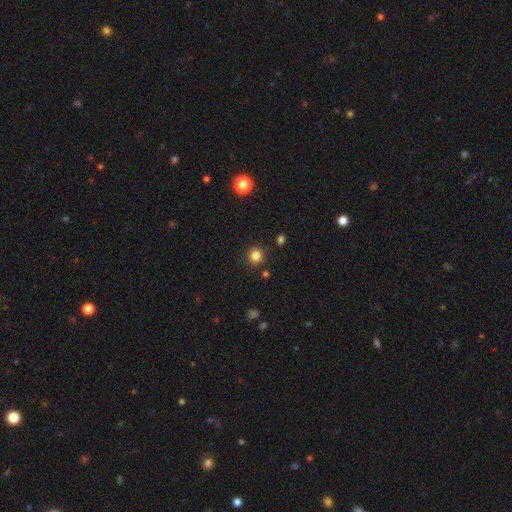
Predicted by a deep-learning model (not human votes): A smooth galaxy with no disk features (83%) that is round (95%).

Vote fractions:
- Smooth or featured? smooth: 83% / star or artifact: 13% / featured or disk: 4%
- How rounded? round: 95% / in between: 4% / cigar-shaped: 1%
- Merging? none: 91% / minor disturbance: 5% / merger: 2% / major disturbance: 2%